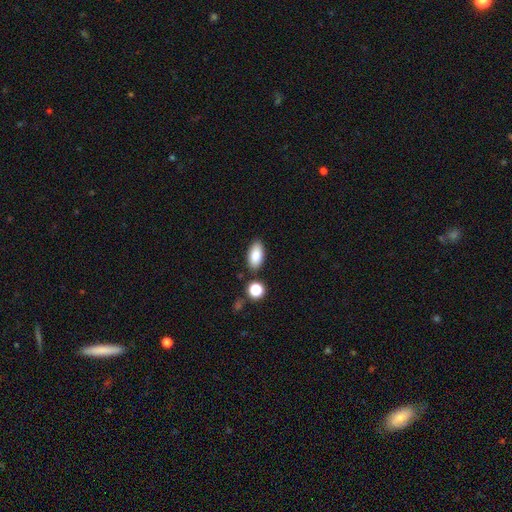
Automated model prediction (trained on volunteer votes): Smooth or featured: smooth — 84% (featured or disk — 9%)
How rounded: in between — 92% (cigar-shaped — 4%)
Merging: none — 83% (minor disturbance — 10%)